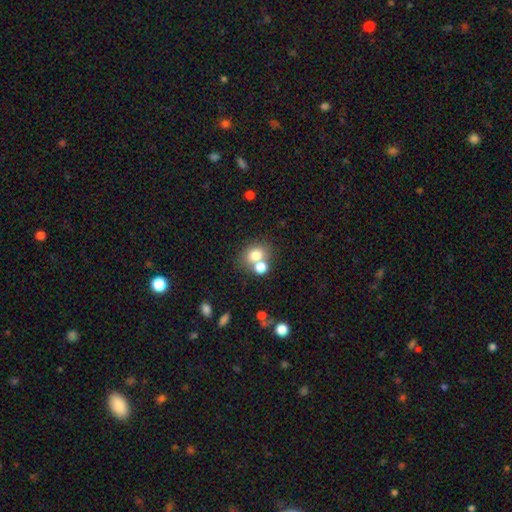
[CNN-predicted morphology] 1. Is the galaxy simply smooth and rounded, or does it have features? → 75% smooth, 12% star or artifact, 12% featured or disk.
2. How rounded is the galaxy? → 59% round, 40% in between, 1% cigar-shaped.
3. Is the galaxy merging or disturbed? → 47% none, 40% merger, 9% minor disturbance, 4% major disturbance.